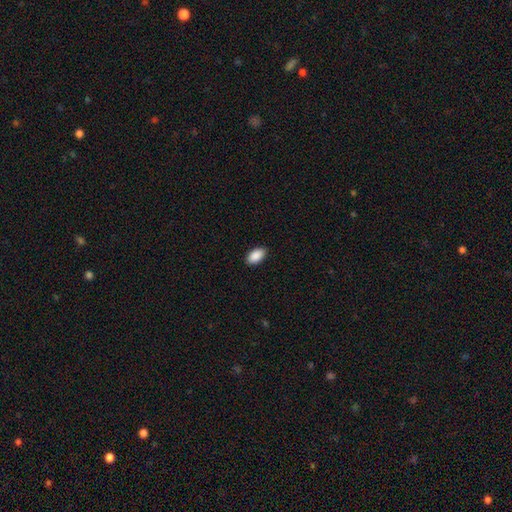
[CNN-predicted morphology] Overall: smooth (90%). How rounded: in between (94%). Merging: none (88%).